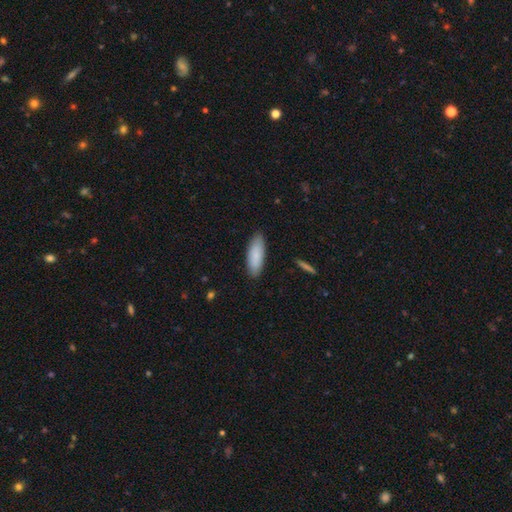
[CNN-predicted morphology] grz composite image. It shows a smooth galaxy with no disk features (87%) that is in between round and cigar-shaped (66%). Merging: none (87%).